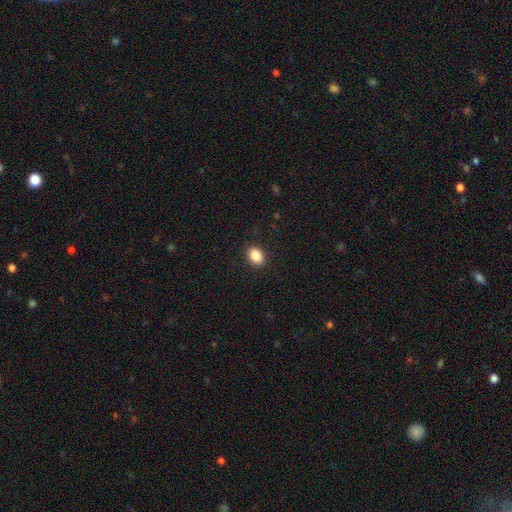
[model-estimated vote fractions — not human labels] Morphology: type=smooth (87%); roundness=in between (73%); merging=none (90%).